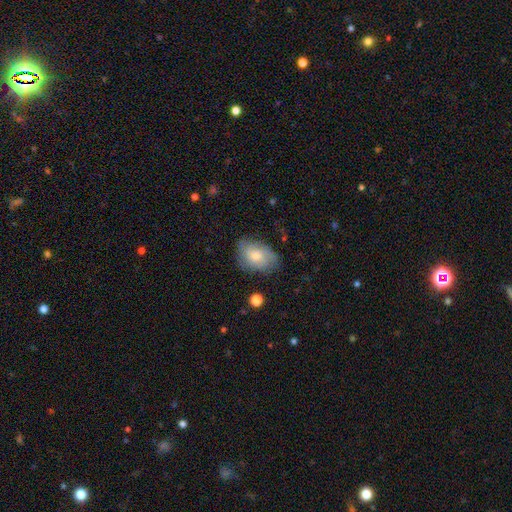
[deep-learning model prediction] Morphology: type=smooth (55%); roundness=in between (80%); merging=none (68%).